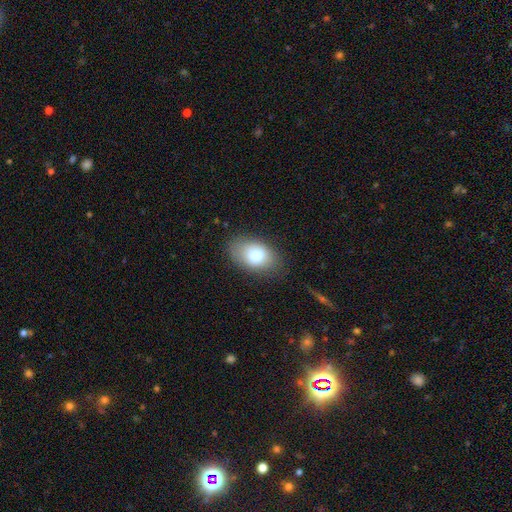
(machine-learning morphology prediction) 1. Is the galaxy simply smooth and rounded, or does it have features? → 76% smooth, 15% featured or disk, 9% star or artifact.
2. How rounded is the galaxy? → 86% in between, 13% round, 1% cigar-shaped.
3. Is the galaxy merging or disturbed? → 78% none, 16% minor disturbance, 5% major disturbance, 1% merger.